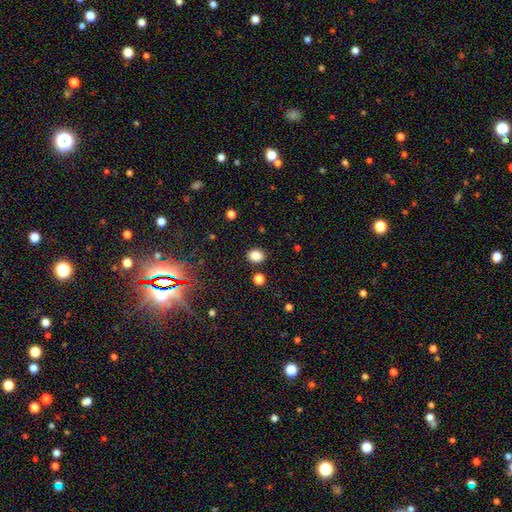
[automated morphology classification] Q: Smooth or featured?
A: smooth (84%); runner-up: star or artifact (12%)
Q: How rounded?
A: round (52%); runner-up: in between (47%)
Q: Merging?
A: none (87%); runner-up: minor disturbance (7%)